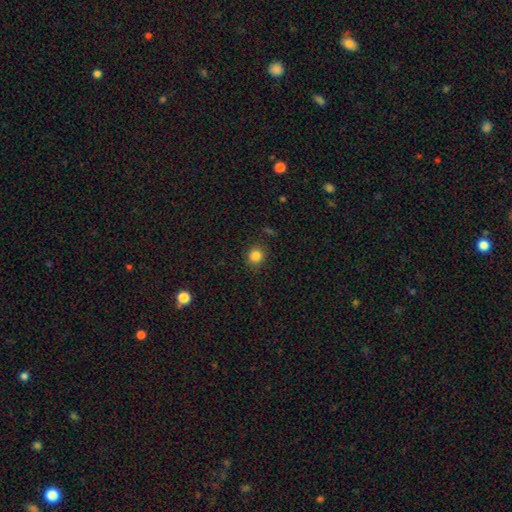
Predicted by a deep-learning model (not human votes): A smooth galaxy with no disk features (84%) that is round (87%).

Vote fractions:
- Smooth or featured? smooth: 84% / star or artifact: 11% / featured or disk: 4%
- How rounded? round: 87% / in between: 12% / cigar-shaped: 1%
- Merging? none: 88% / minor disturbance: 8% / major disturbance: 3% / merger: 1%